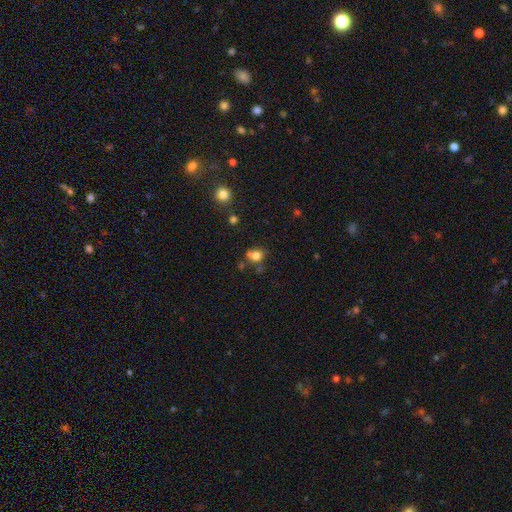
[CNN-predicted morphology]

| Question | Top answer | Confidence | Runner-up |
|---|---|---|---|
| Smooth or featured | smooth | 75% | star or artifact (14%) |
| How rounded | round | 66% | in between (33%) |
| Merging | none | 50% | merger (22%) |